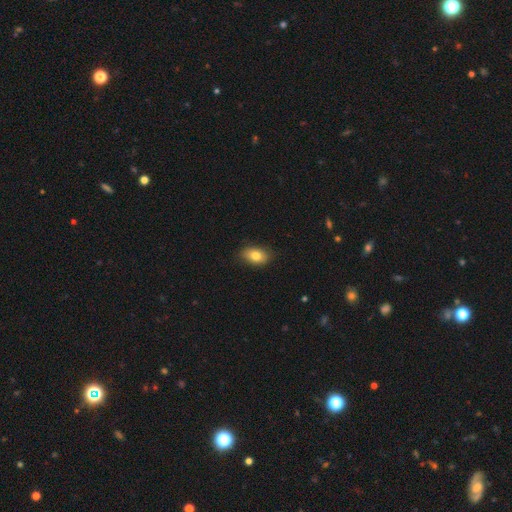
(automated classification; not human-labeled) Overall: smooth (80%). How rounded: in between (87%). Merging: none (85%).